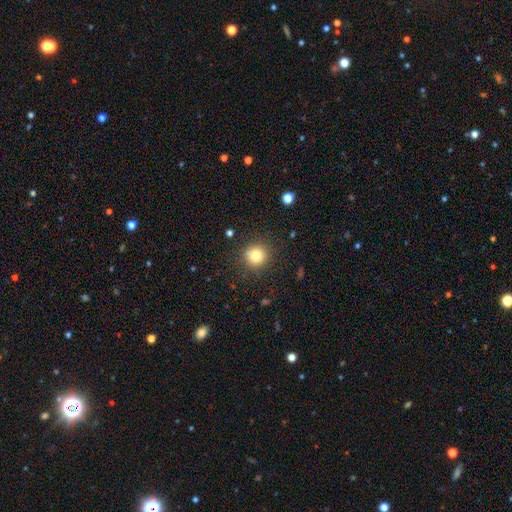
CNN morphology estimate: type=smooth (80%); roundness=round (91%); merging=none (86%).